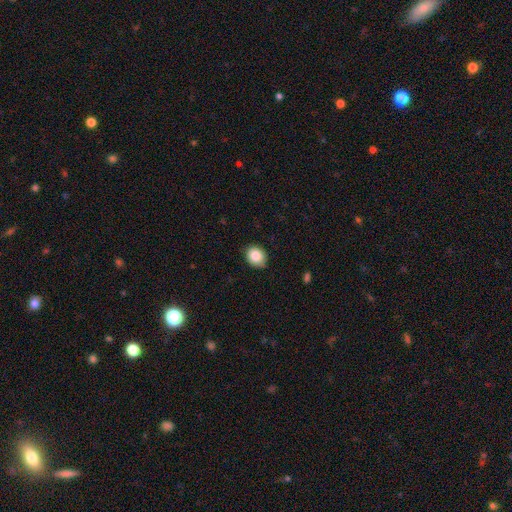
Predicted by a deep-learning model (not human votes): The model was most divided on "how rounded": round: 59%, in between: 40%, cigar-shaped: 1%. More confident: smooth or featured — smooth (86%); merging — none (81%).